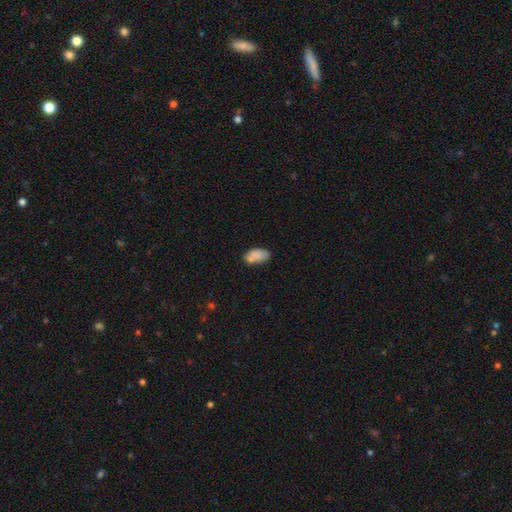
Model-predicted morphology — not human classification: type=smooth (81%); roundness=in between (93%); merging=none (60%).